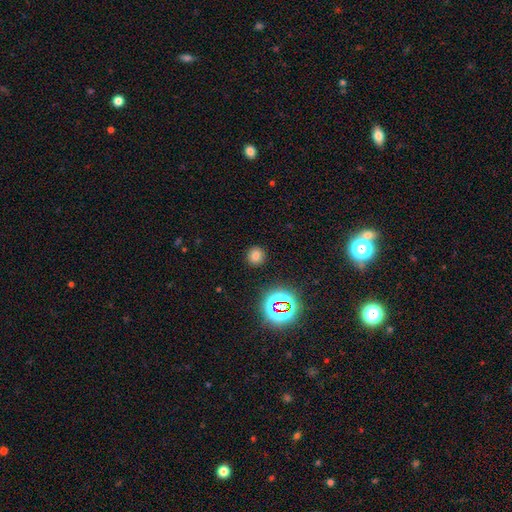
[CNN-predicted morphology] smooth 73%, star or artifact 21%, featured or disk 6%. Down the decision tree: how rounded — round (90%); merging — none (90%).